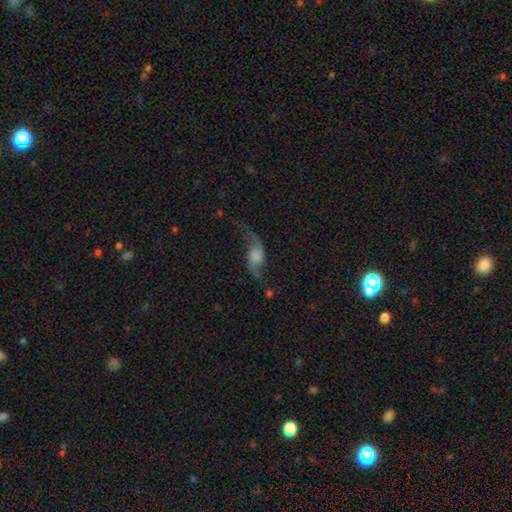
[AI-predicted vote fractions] Morphology: type=featured or disk (76%); edge-on=no (95%); bar=no (55%); spiral arms=yes (93%); winding=loose (88%); arm count=2 (91%); bulge=none (32%); merging=none (57%).